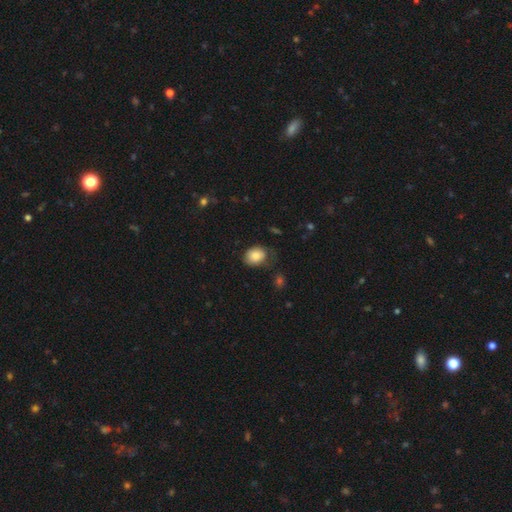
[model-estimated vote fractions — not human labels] smooth_or_featured: smooth (p=0.82) [alt: featured or disk p=0.10]
how_rounded: in between (p=0.59) [alt: round p=0.40]
merging: none (p=0.57) [alt: minor disturbance p=0.29]